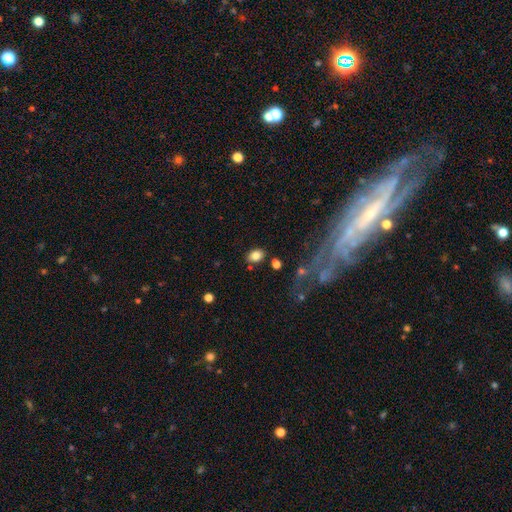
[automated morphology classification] The model was most divided on "how rounded": in between: 74%, round: 25%, cigar-shaped: 1%. More confident: smooth or featured — smooth (81%); merging — none (79%).